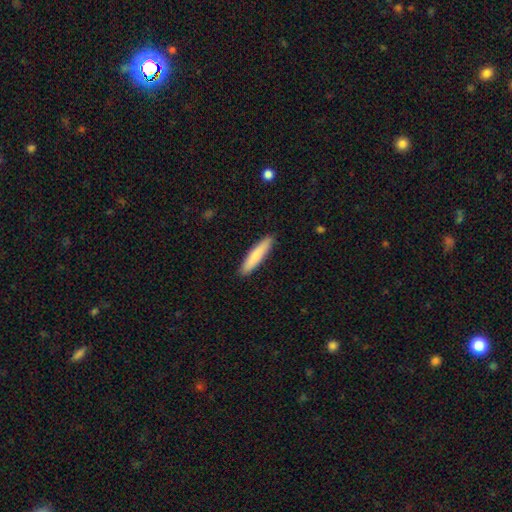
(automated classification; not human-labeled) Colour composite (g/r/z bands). It shows a smooth galaxy with no disk features (78%) that is cigar-shaped (87%). Merging: none (91%).